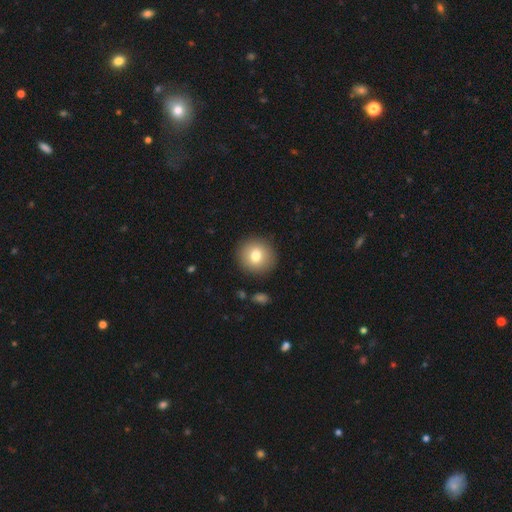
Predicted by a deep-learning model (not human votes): Smooth or featured? Predicted: smooth (p=0.77). How rounded? Predicted: round (p=0.93). Merging? Predicted: none (p=0.90).